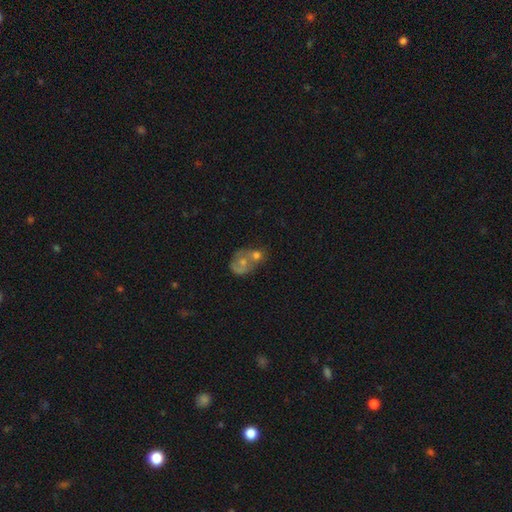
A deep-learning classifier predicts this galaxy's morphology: smooth 50%, featured or disk 38%, star or artifact 12%. Down the decision tree: merging — merger (60%).